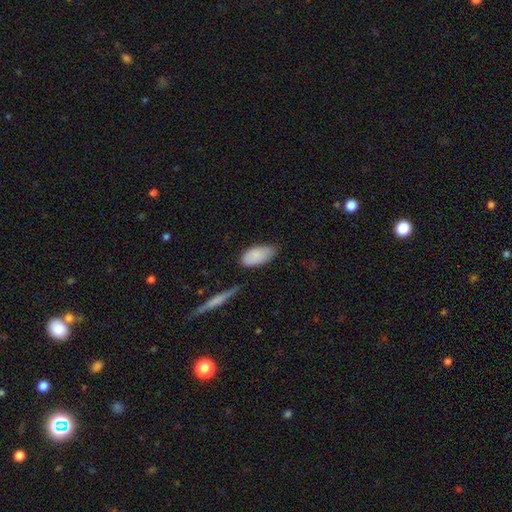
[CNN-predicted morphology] Smooth or featured? smooth (86%)
How rounded? in between (93%)
Merging? none (65%)